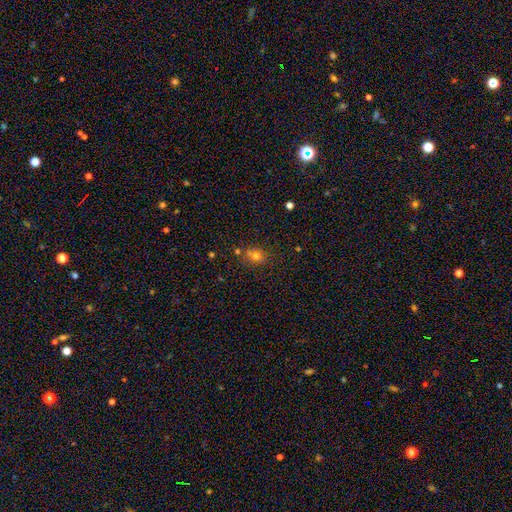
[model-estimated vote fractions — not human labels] Overall: smooth (70%). How rounded: round (70%). Merging: none (65%).